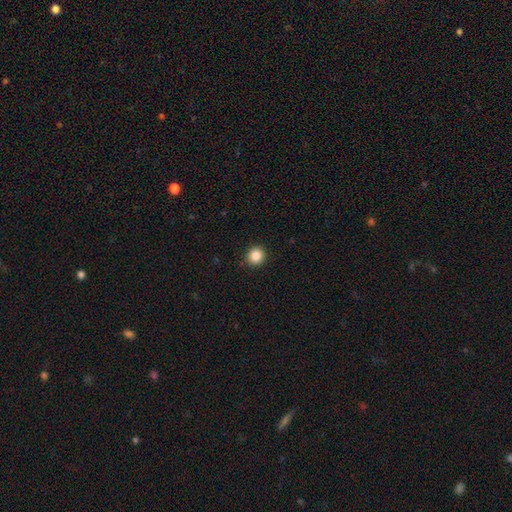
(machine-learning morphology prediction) Overall: smooth (87%). How rounded: round (90%). Merging: none (92%).